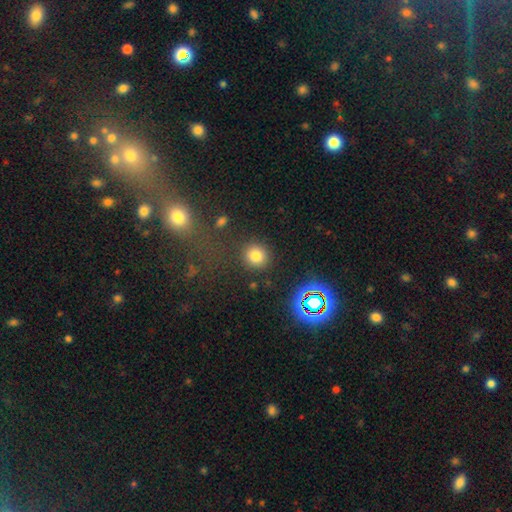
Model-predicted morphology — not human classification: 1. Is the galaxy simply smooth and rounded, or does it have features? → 79% smooth, 15% star or artifact, 6% featured or disk.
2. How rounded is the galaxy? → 88% round, 11% in between, 1% cigar-shaped.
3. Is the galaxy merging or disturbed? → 86% none, 7% minor disturbance, 3% major disturbance, 3% merger.